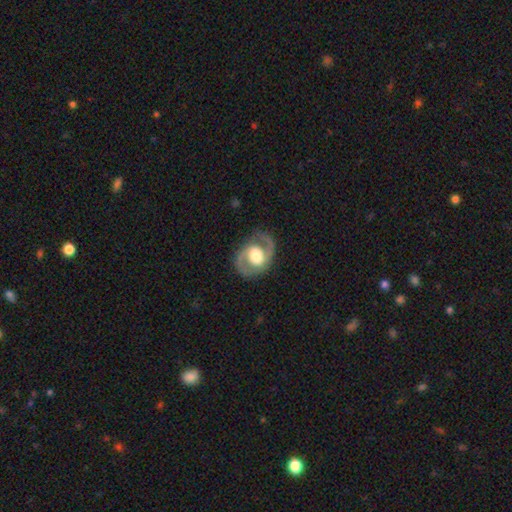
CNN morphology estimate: featured or disk 83%, smooth 12%, star or artifact 5%. Down the decision tree: edge-on disk — no (97%); bar — no (43%); spiral arms — yes (91%); spiral arm count — 2 (92%); spiral winding — medium (57%); bulge size — moderate (45%); merging — none (81%).